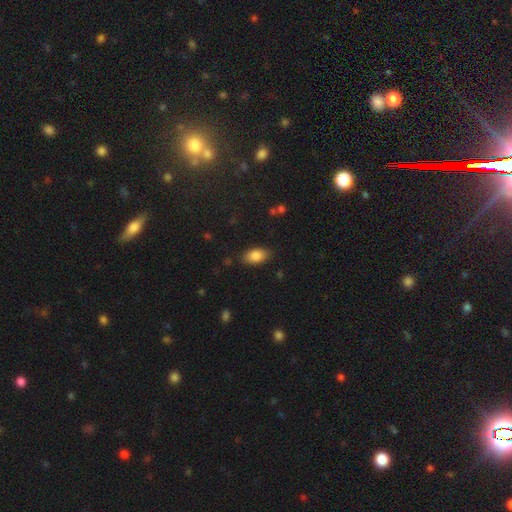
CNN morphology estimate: A smooth galaxy with no disk features (85%) that is in between round and cigar-shaped (92%).

Vote fractions:
- Smooth or featured? smooth: 85% / star or artifact: 8% / featured or disk: 7%
- How rounded? in between: 92% / round: 5% / cigar-shaped: 3%
- Merging? none: 84% / minor disturbance: 12% / major disturbance: 3% / merger: 1%